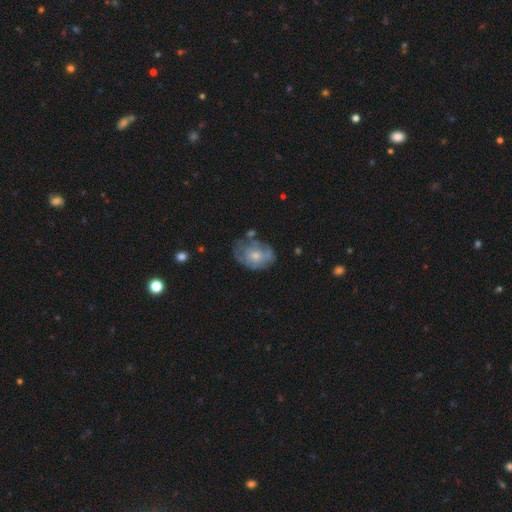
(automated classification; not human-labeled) Q: Smooth or featured?
A: featured or disk (47%); runner-up: smooth (46%)
Q: Merging?
A: none (46%); runner-up: minor disturbance (31%)